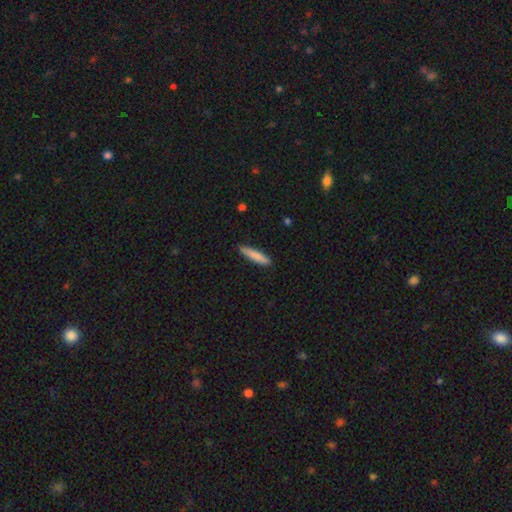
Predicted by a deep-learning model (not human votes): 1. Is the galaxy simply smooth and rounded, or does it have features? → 85% smooth, 9% featured or disk, 6% star or artifact.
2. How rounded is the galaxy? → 87% cigar-shaped, 12% in between, 1% round.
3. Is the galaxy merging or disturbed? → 88% none, 9% minor disturbance, 2% major disturbance, 1% merger.